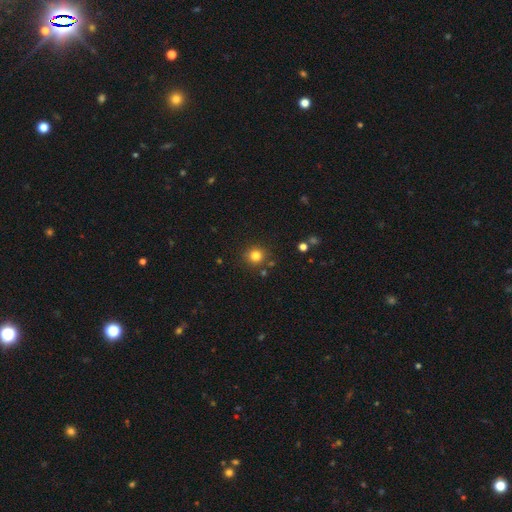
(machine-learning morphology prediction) type=smooth (81%); roundness=round (90%); merging=none (85%).